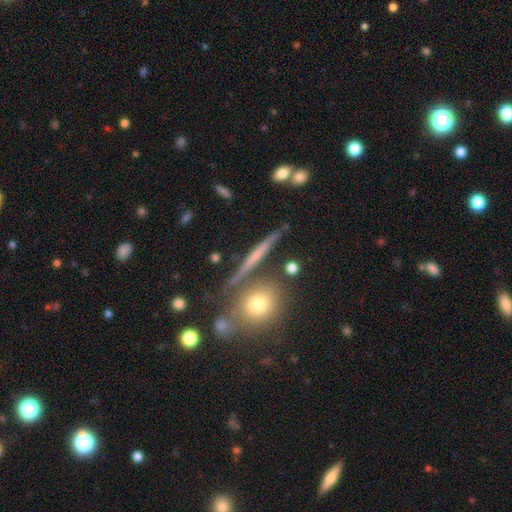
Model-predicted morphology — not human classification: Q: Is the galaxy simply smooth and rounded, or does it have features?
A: featured or disk — 49%.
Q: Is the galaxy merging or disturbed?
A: none — 82%.